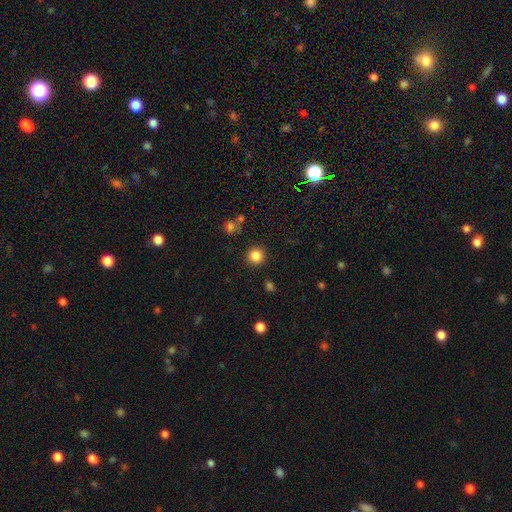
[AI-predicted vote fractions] Smooth or featured? smooth (85%)
How rounded? round (94%)
Merging? none (90%)